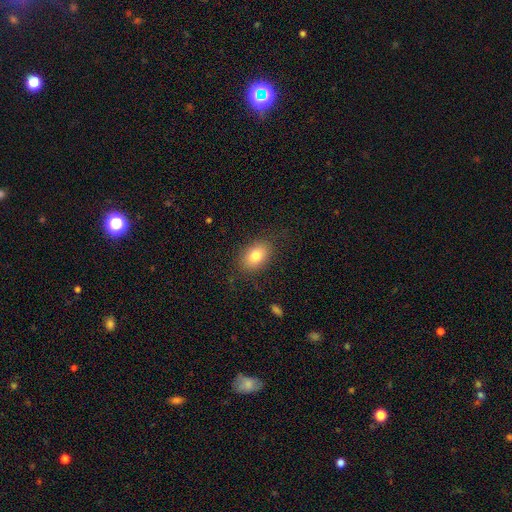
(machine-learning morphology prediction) A smooth galaxy with no disk features (80%) that is in between round and cigar-shaped (80%).

Vote fractions:
- Smooth or featured? smooth: 80% / featured or disk: 11% / star or artifact: 9%
- How rounded? in between: 80% / round: 19% / cigar-shaped: 1%
- Merging? none: 82% / minor disturbance: 12% / major disturbance: 4% / merger: 1%